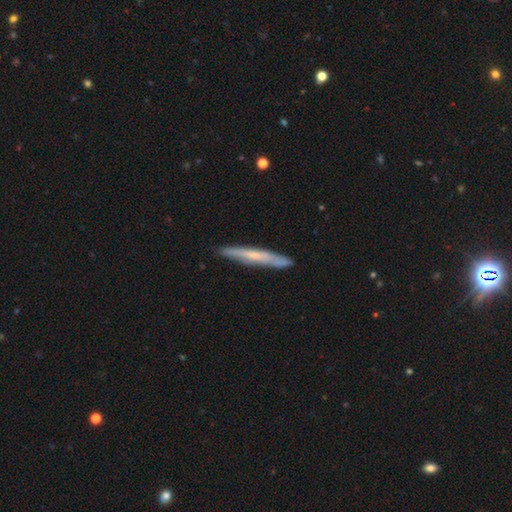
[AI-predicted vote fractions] featured or disk 48%, smooth 46%, star or artifact 6%. Down the decision tree: merging — none (86%).